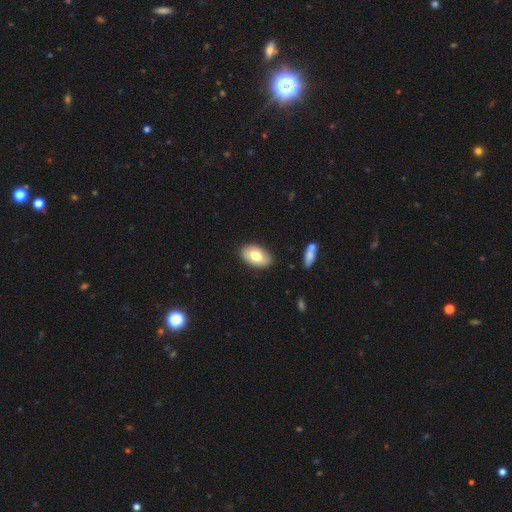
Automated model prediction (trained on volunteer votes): Smooth or featured?
  - smooth: 70% *
  - featured or disk: 23%
  - star or artifact: 6%
How rounded?
  - in between: 93% *
  - round: 6%
  - cigar-shaped: 1%
Merging?
  - none: 85% *
  - minor disturbance: 11%
  - major disturbance: 2%
  - merger: 2%